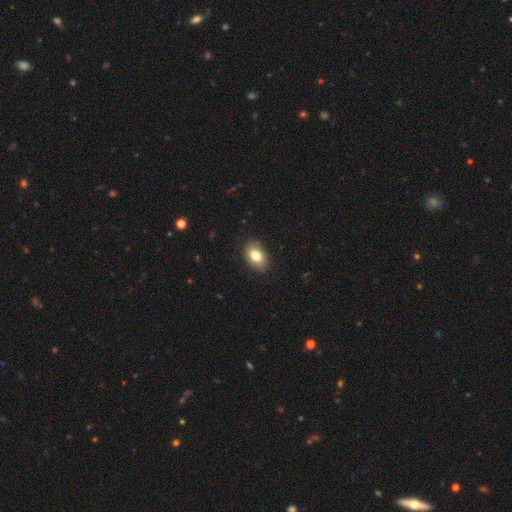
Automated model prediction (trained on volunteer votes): Morphology: type=smooth (82%); roundness=in between (84%); merging=none (86%).